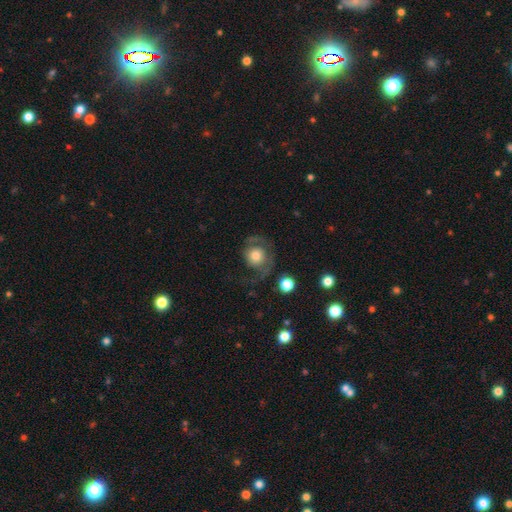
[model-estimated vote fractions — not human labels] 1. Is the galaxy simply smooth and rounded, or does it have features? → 56% featured or disk, 37% smooth, 7% star or artifact.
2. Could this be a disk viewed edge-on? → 97% no, 3% yes.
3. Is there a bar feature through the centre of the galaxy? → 79% no, 17% weak, 3% strong.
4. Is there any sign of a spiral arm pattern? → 83% yes, 17% no.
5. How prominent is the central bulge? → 47% moderate, 31% large, 12% small, 6% dominant, 3% none.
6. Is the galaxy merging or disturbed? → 49% none, 30% major disturbance, 18% minor disturbance, 3% merger.